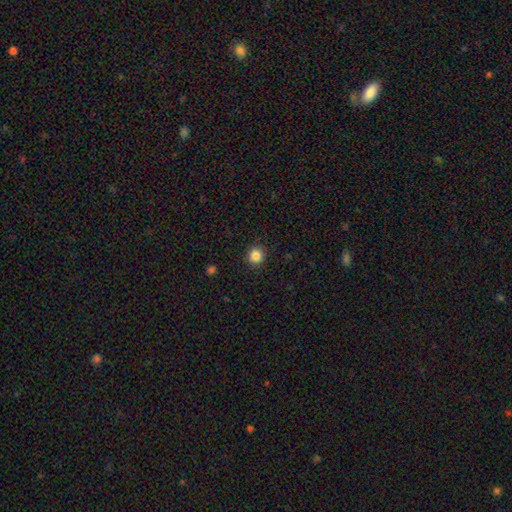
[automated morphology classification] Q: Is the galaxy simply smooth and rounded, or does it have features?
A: smooth — 86%.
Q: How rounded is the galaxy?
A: round — 92%.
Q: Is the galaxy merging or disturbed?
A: none — 92%.